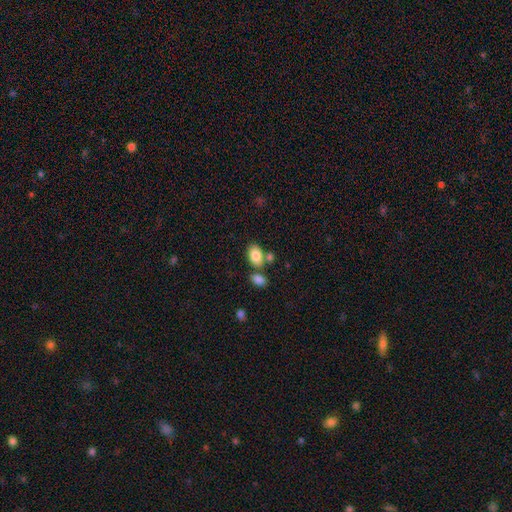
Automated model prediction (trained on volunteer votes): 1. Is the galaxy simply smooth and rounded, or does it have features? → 84% smooth, 8% featured or disk, 8% star or artifact.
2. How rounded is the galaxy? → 88% in between, 10% round, 1% cigar-shaped.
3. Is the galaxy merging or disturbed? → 61% none, 22% merger, 13% minor disturbance, 4% major disturbance.